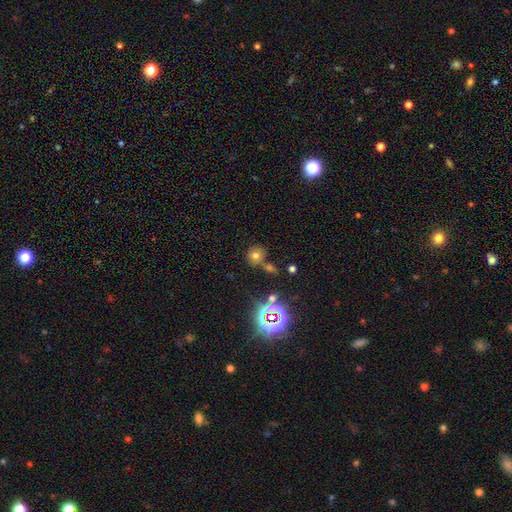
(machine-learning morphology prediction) Smooth or featured? Predicted: smooth (p=0.64). How rounded? Predicted: round (p=0.85). Merging? Predicted: none (p=0.65).